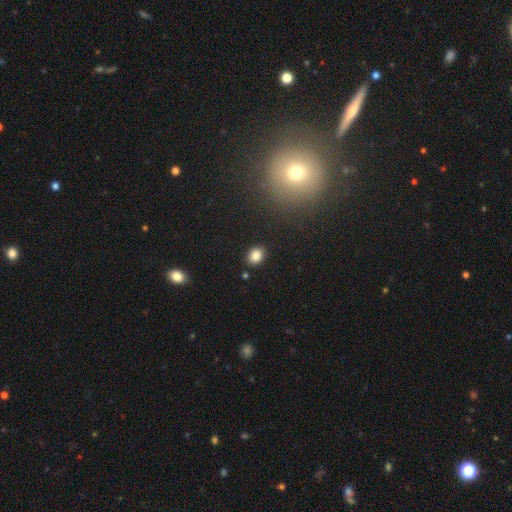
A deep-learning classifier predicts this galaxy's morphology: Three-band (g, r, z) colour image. It shows a smooth galaxy with no disk features (85%) that is in between round and cigar-shaped (50%). Merging: none (87%).